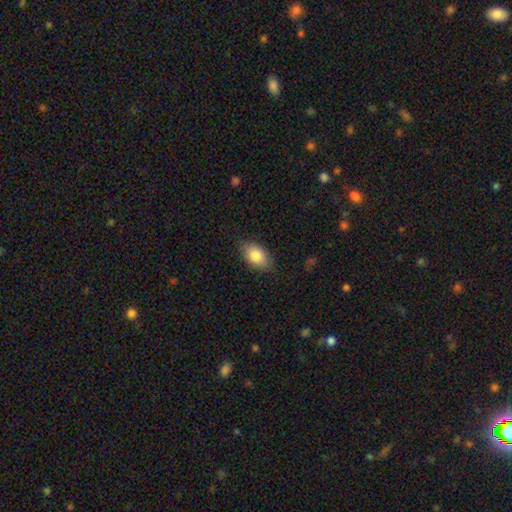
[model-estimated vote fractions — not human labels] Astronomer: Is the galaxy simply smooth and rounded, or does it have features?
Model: smooth — 83%.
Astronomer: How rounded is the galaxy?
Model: in between — 91%.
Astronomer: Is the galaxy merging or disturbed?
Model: none — 83%.